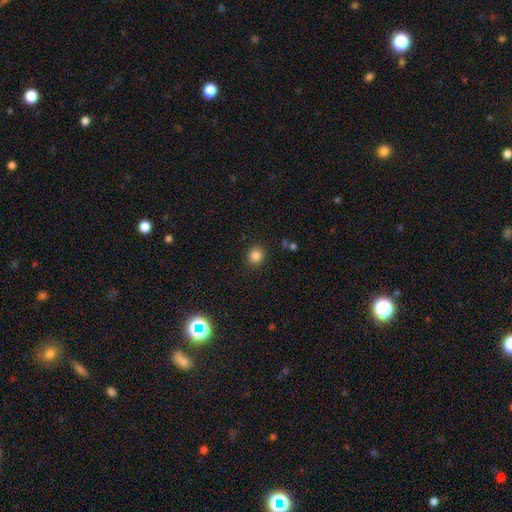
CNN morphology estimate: smooth 84%, star or artifact 12%, featured or disk 4%. Down the decision tree: how rounded — round (84%); merging — none (89%).